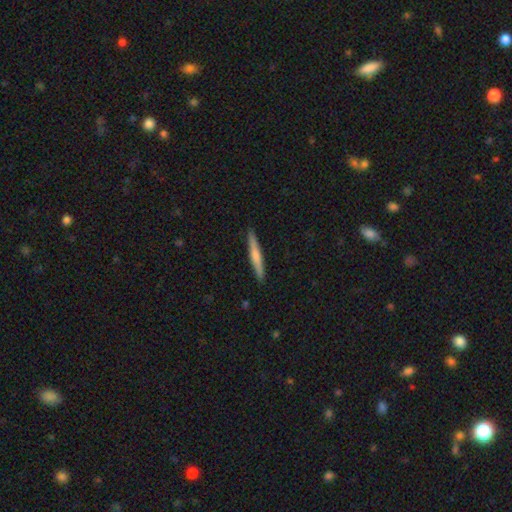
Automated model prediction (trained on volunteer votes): This is possibly a smooth galaxy (56%). How rounded: clearly cigar-shaped (95%). Merging: clearly none (91%).